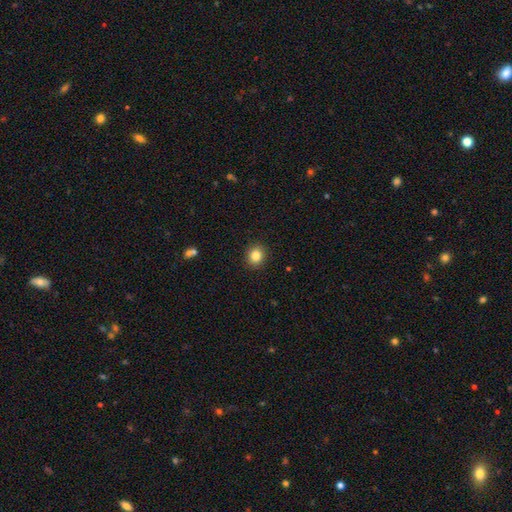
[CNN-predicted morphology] This appears to be a smooth galaxy with no disk features (85%) that is round (76%). Merging: none (91%).